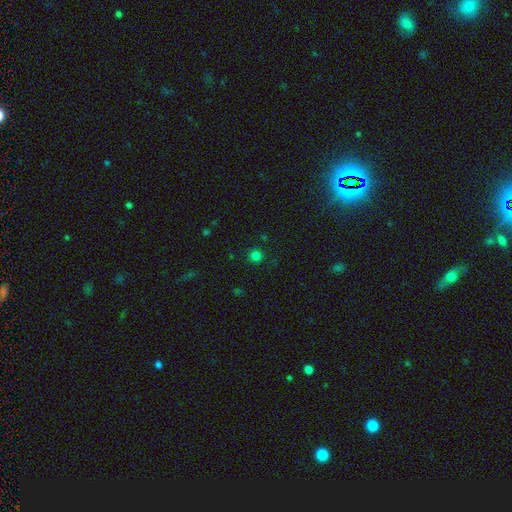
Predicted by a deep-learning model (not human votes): Q: Smooth or featured?
A: smooth (79%); runner-up: star or artifact (18%)
Q: How rounded?
A: round (95%); runner-up: in between (4%)
Q: Merging?
A: none (90%); runner-up: minor disturbance (6%)